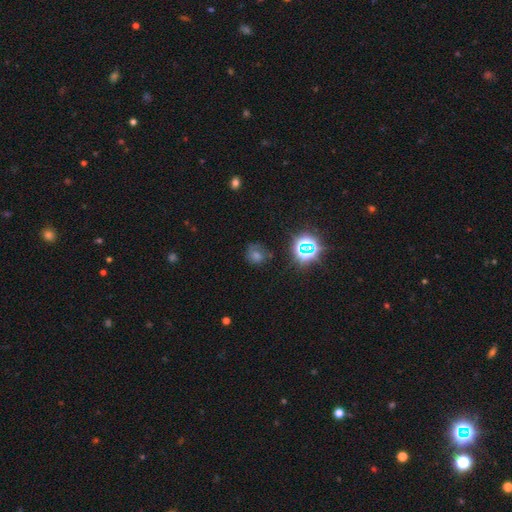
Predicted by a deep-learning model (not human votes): smooth_or_featured: smooth (p=0.41) [tied with: star or artifact p=0.41]
merging: none (p=0.68) [alt: minor disturbance p=0.19]